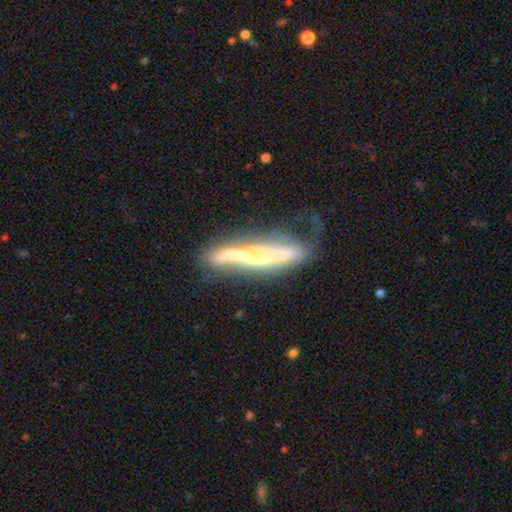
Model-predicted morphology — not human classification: Smooth or featured? featured or disk (74%)
Edge-on disk? yes (67%)
Merging? none (49%)